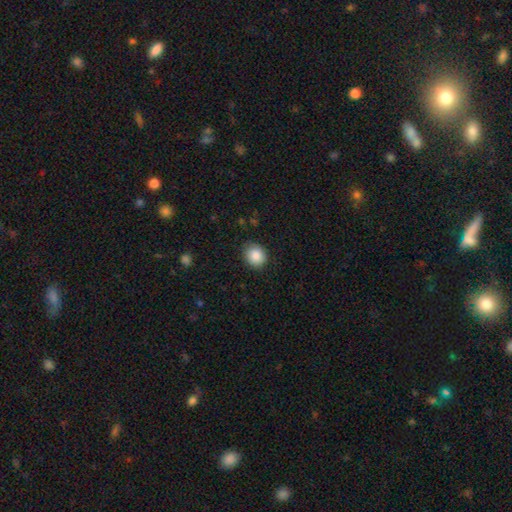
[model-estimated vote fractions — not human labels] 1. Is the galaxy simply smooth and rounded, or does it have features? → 88% smooth, 8% star or artifact, 4% featured or disk.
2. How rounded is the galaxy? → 73% round, 26% in between, 1% cigar-shaped.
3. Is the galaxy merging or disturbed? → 85% none, 11% minor disturbance, 2% major disturbance, 1% merger.